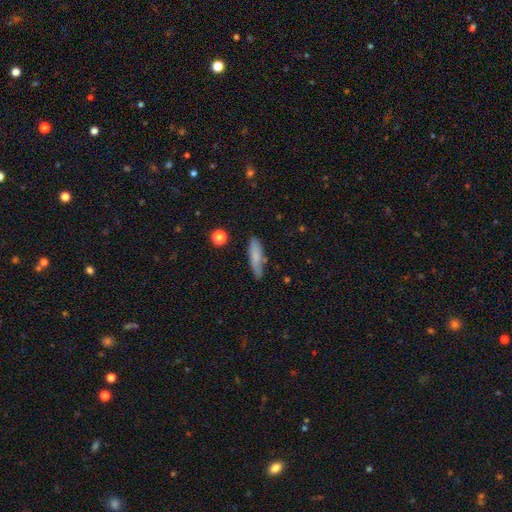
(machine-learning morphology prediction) This is likely a smooth galaxy (75%). How rounded: likely cigar-shaped (66%). Merging: likely none (71%).